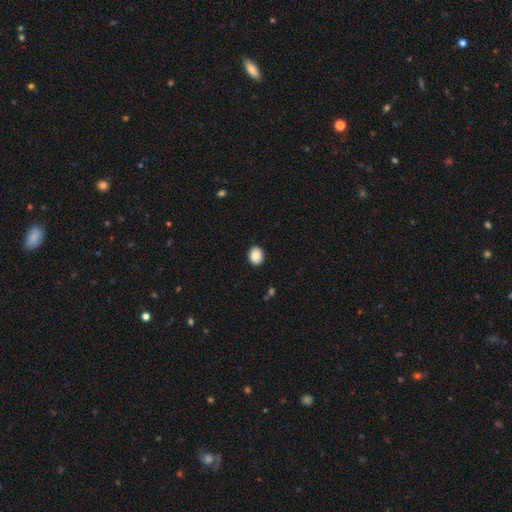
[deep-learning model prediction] Overall: smooth (88%). How rounded: round (51%; in between 48%). Merging: none (91%).